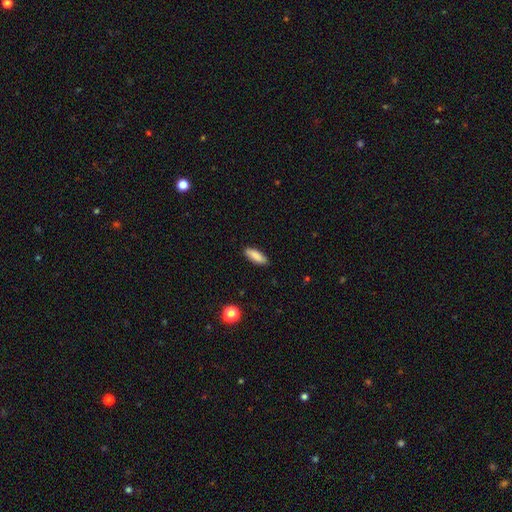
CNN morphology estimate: Smooth or featured: smooth — 87% (featured or disk — 7%)
How rounded: in between — 61% (cigar-shaped — 37%)
Merging: none — 87% (minor disturbance — 10%)